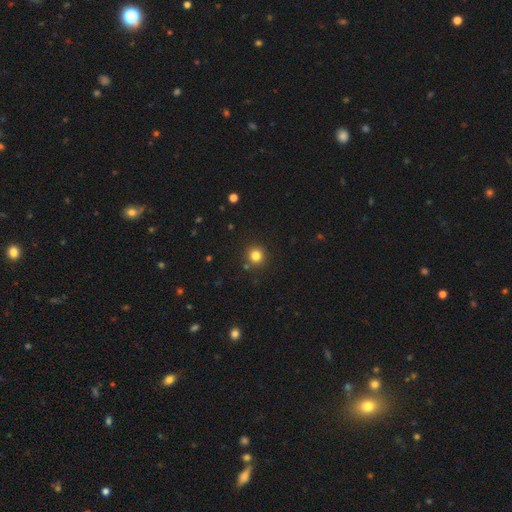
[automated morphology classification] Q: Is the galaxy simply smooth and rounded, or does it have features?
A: smooth — 81%.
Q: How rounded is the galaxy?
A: round — 93%.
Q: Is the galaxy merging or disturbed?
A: none — 87%.